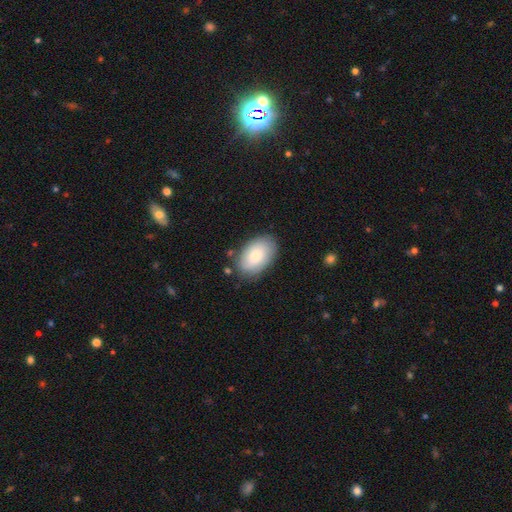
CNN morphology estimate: This is likely a smooth galaxy (79%). How rounded: clearly in between (92%). Merging: clearly none (81%).